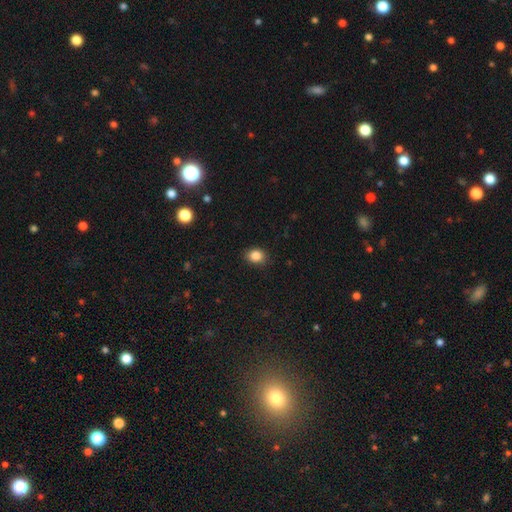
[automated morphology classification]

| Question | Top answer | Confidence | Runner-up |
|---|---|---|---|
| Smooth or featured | smooth | 85% | star or artifact (10%) |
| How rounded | round | 54% | in between (45%) |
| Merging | none | 85% | minor disturbance (11%) |